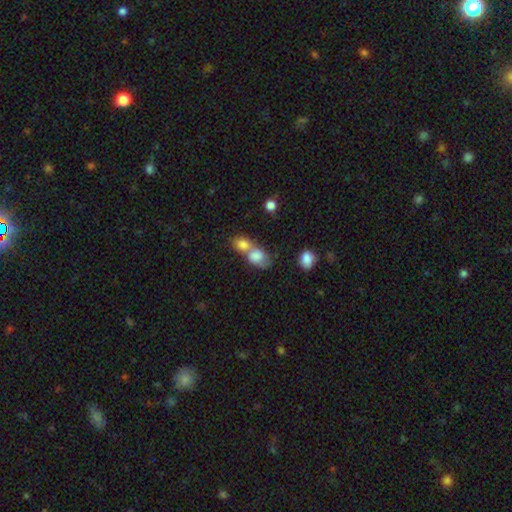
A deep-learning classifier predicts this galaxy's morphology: type=smooth (76%); roundness=in between (71%); merging=merger (72%).